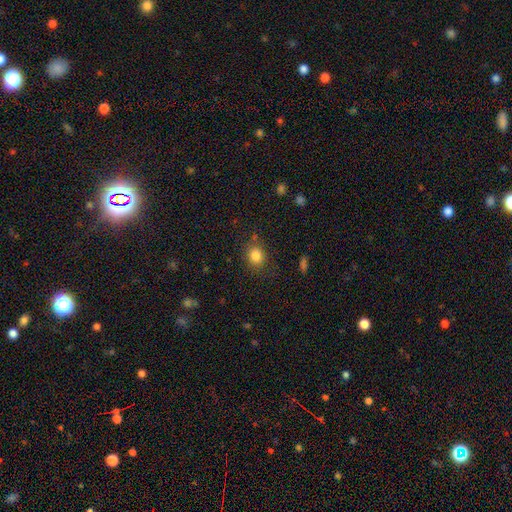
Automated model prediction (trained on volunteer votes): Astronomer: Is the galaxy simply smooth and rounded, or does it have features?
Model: smooth — 84%.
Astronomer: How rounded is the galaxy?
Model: round — 64%.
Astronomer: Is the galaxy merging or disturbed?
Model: none — 79%.